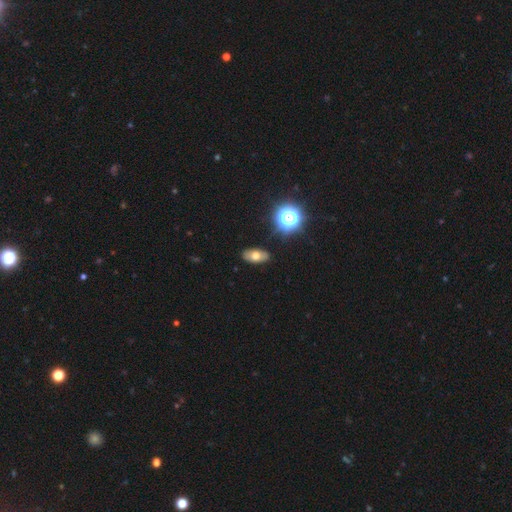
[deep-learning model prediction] Smooth or featured?
  - smooth: 64% *
  - featured or disk: 22%
  - star or artifact: 14%
How rounded?
  - in between: 87% *
  - round: 9%
  - cigar-shaped: 5%
Merging?
  - none: 86% *
  - minor disturbance: 10%
  - major disturbance: 2%
  - merger: 2%